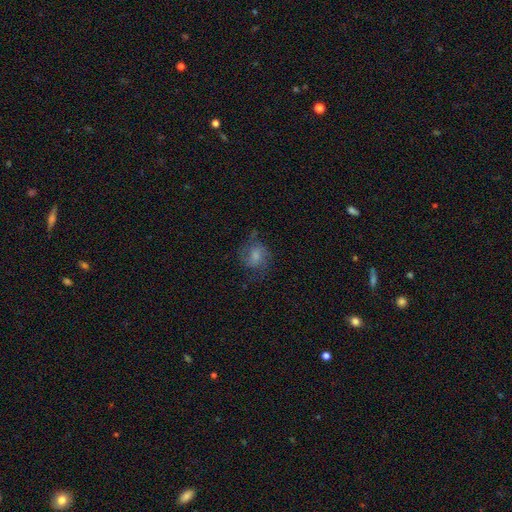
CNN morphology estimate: Smooth or featured?
  - smooth: 53% *
  - featured or disk: 36%
  - star or artifact: 11%
How rounded?
  - round: 65% *
  - in between: 34%
  - cigar-shaped: 1%
Merging?
  - none: 56% *
  - minor disturbance: 23%
  - major disturbance: 18%
  - merger: 2%